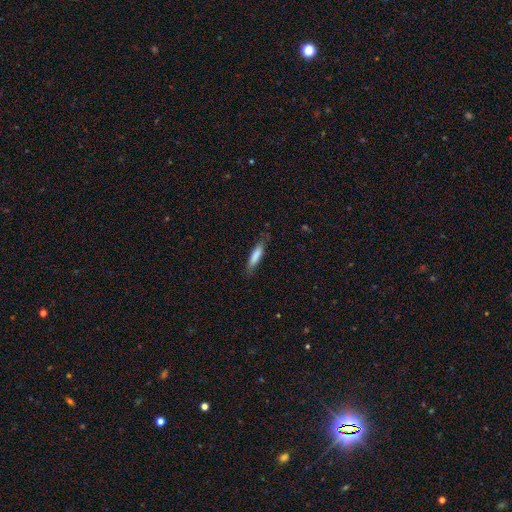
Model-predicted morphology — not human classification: Overall: smooth (79%). How rounded: cigar-shaped (80%). Merging: none (78%).